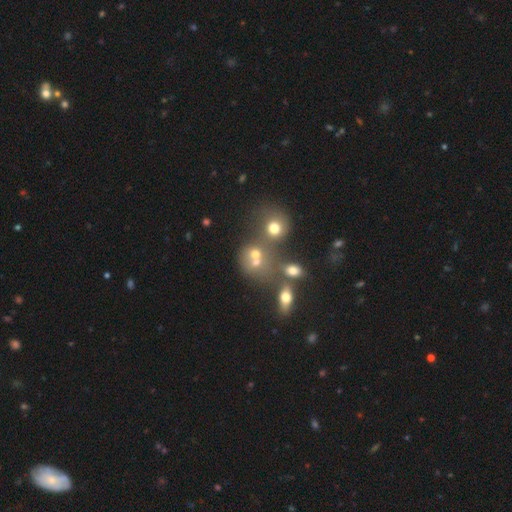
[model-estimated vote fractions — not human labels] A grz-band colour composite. It shows a smooth galaxy with no disk features (56%) that is round (65%). Merging: merger (52%).